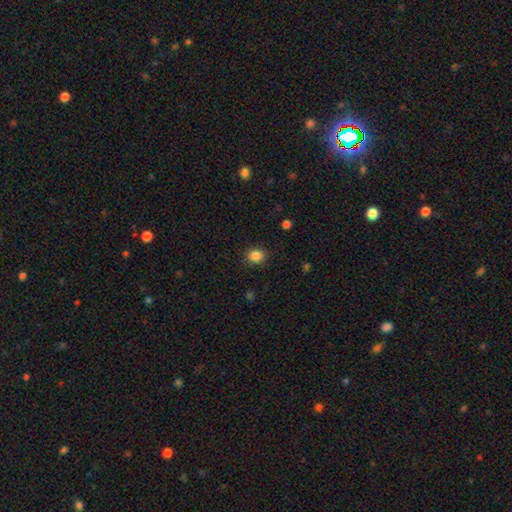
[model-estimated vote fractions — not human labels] smooth_or_featured: smooth (p=0.85) [alt: star or artifact p=0.11]
how_rounded: round (p=0.74) [alt: in between p=0.25]
merging: none (p=0.89) [alt: minor disturbance p=0.08]